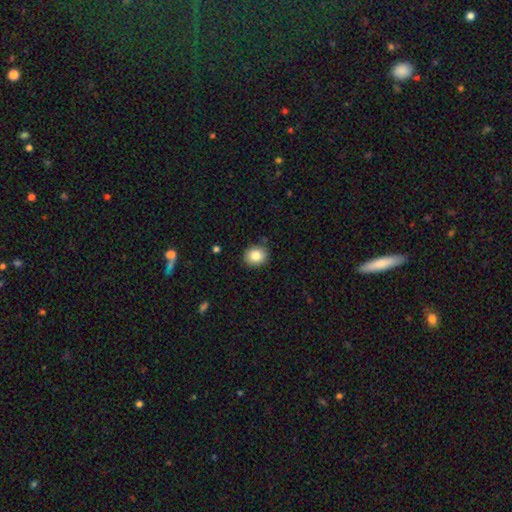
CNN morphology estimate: This appears to be a smooth galaxy with no disk features (84%) that is round (64%). Merging: none (87%).